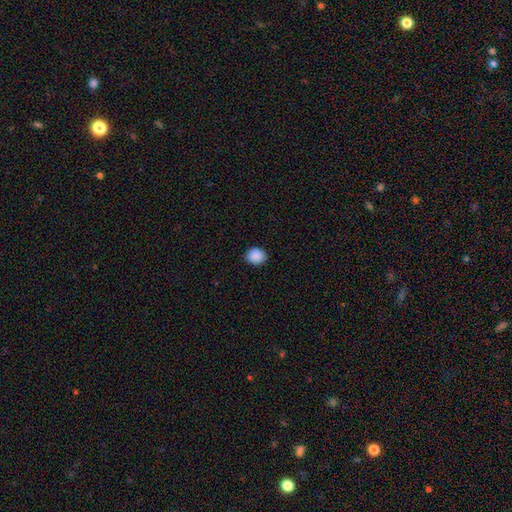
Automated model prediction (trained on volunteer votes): The model was most divided on "how rounded": round: 63%, in between: 36%, cigar-shaped: 1%. More confident: smooth or featured — smooth (89%); merging — none (87%).